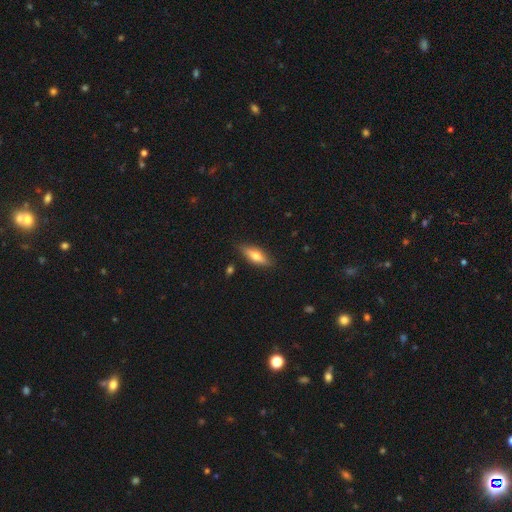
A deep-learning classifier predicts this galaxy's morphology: Smooth or featured? Predicted: smooth (p=0.56). How rounded? Predicted: in between (p=0.51). Merging? Predicted: none (p=0.85).